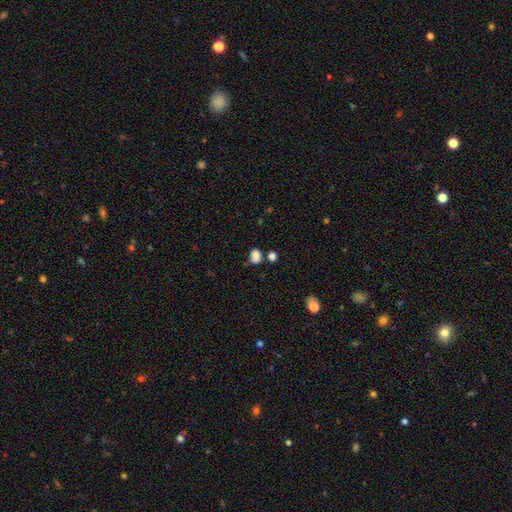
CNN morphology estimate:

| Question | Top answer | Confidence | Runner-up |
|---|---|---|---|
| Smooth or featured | smooth | 81% | star or artifact (12%) |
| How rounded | in between | 64% | round (35%) |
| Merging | none | 51% | merger (21%) |